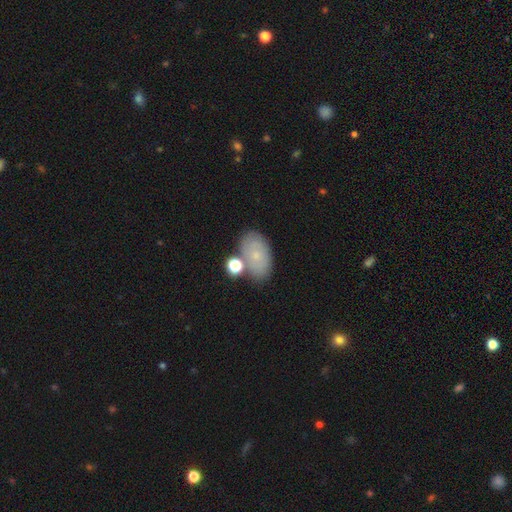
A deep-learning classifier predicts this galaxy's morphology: A smooth galaxy with no disk features (65%) that is in between round and cigar-shaped (88%).

Vote fractions:
- Smooth or featured? smooth: 65% / featured or disk: 24% / star or artifact: 11%
- How rounded? in between: 88% / round: 10% / cigar-shaped: 2%
- Merging? none: 64% / minor disturbance: 16% / merger: 14% / major disturbance: 5%